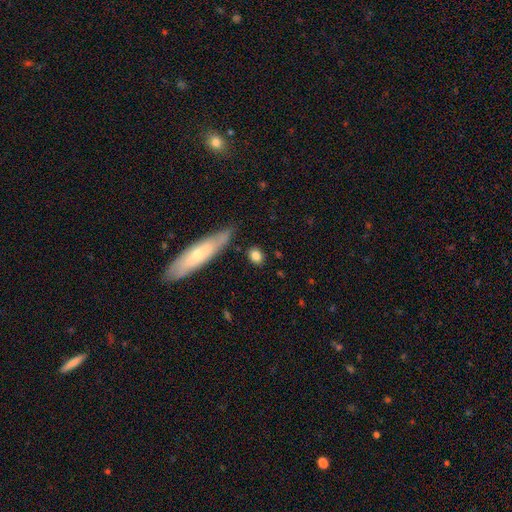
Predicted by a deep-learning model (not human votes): Overall: smooth (82%). How rounded: in between (53%; round 39%). Merging: none (82%).